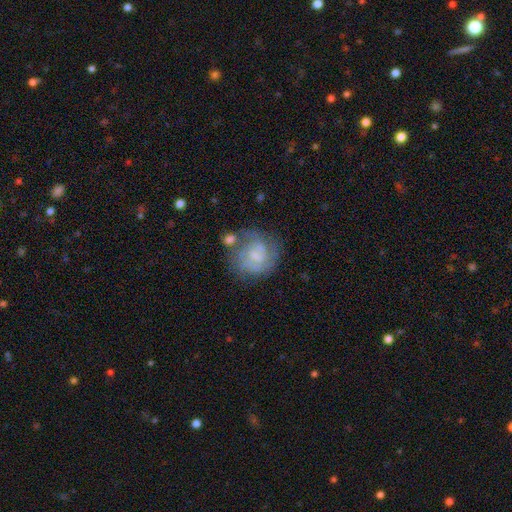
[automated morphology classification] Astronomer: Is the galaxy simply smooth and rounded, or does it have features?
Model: featured or disk — 64%.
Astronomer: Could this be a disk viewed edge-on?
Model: no — 98%.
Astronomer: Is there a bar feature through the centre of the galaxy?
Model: no — 54% (runner-up: weak, 39%).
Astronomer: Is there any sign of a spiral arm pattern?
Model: yes — 81%.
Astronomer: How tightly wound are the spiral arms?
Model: tight — 52% (runner-up: medium, 35%).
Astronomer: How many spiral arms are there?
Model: can't tell — 39% (runner-up: 2, 30%).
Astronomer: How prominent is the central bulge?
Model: small — 44% (runner-up: none, 27%).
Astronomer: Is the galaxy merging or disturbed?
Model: none — 56%.